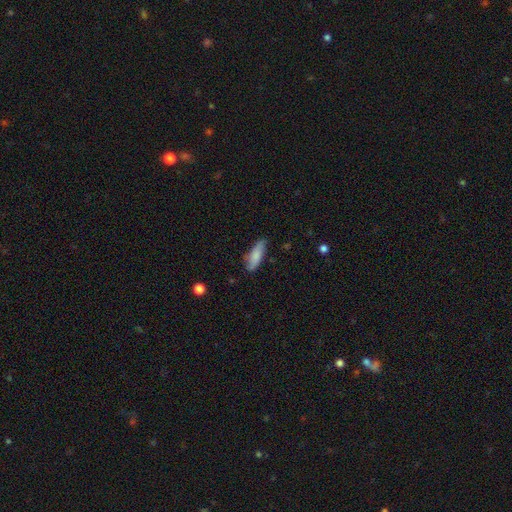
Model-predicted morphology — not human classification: Overall: smooth (77%). How rounded: in between (54%; cigar-shaped 44%). Merging: none (73%).